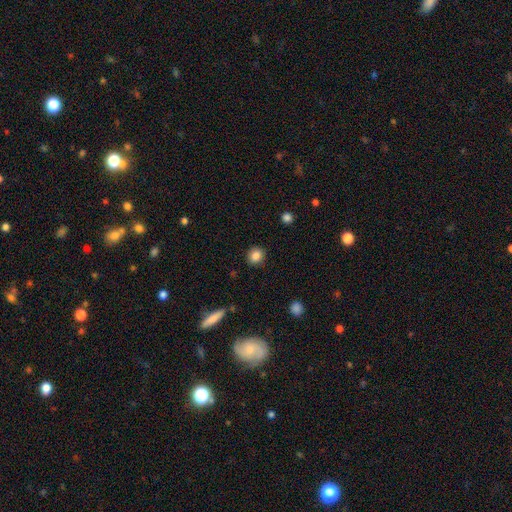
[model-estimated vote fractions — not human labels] Overall: smooth (86%). How rounded: round (80%). Merging: none (90%).